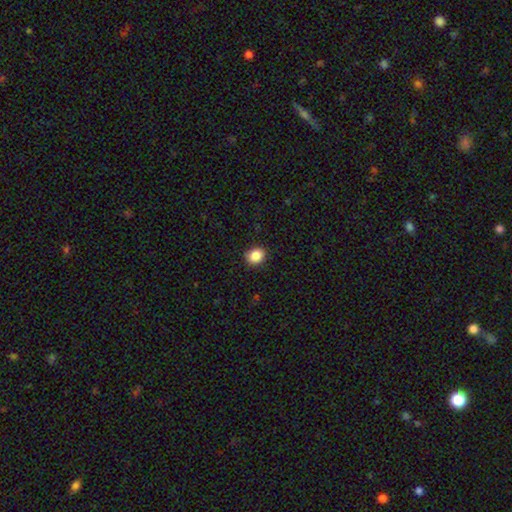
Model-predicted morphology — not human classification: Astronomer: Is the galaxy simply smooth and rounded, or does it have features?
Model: smooth — 87%.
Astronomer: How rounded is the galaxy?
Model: round — 56% (runner-up: in between, 43%).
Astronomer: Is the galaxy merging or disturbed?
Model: none — 89%.